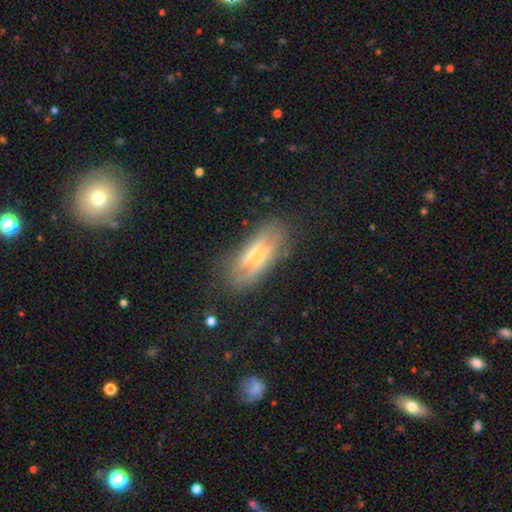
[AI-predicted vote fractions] Morphology: type=featured or disk (59%); edge-on=yes (74%); merging=none (75%).